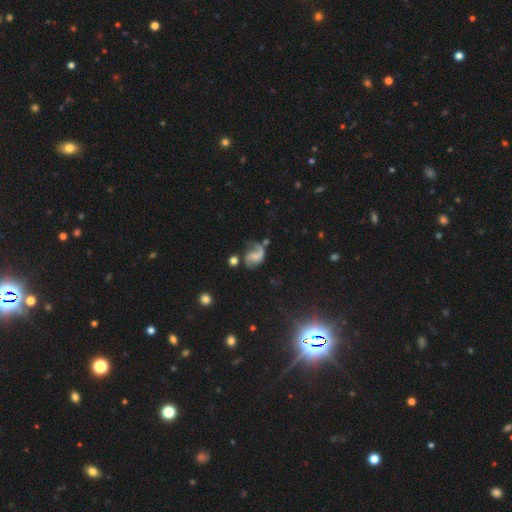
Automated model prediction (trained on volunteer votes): Overall: featured or disk (75%). Edge-on disk: no (98%). Bar: no (54%; weak 37%). Spiral arms: yes (93%). Spiral arm count: 2 (70%). Spiral winding: loose (48%; medium 41%). Bulge size: small (41%; none 32%). Merging: none (45%; minor disturbance 23%).